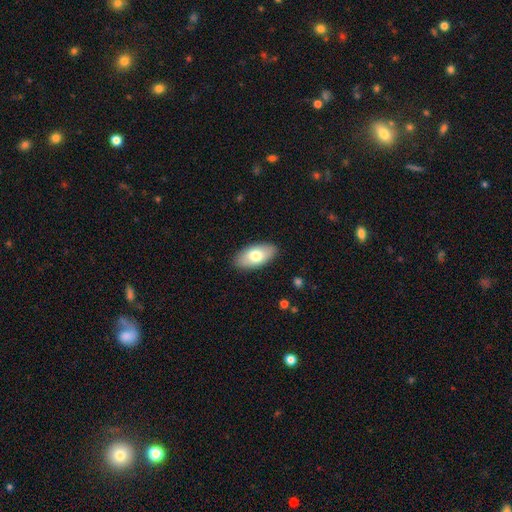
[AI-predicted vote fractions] smooth-or-featured: smooth: 74% | featured or disk: 20% | star or artifact: 6%
  how-rounded: in between: 94% | cigar-shaped: 4% | round: 3%
  merging: none: 88% | minor disturbance: 9% | major disturbance: 2% | merger: 1%